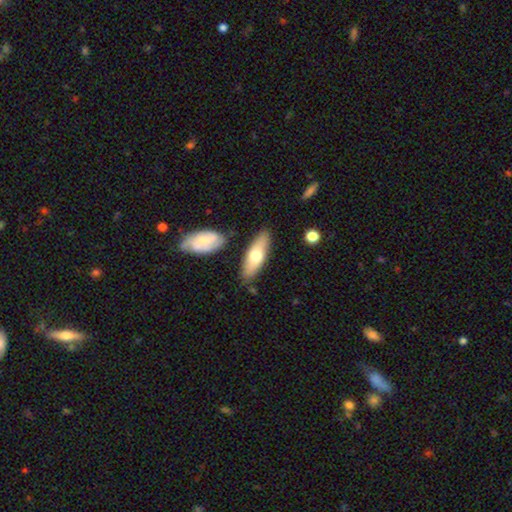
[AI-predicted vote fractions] A smooth galaxy with no disk features (59%) that is in between round and cigar-shaped (58%). Merging: none (79%).